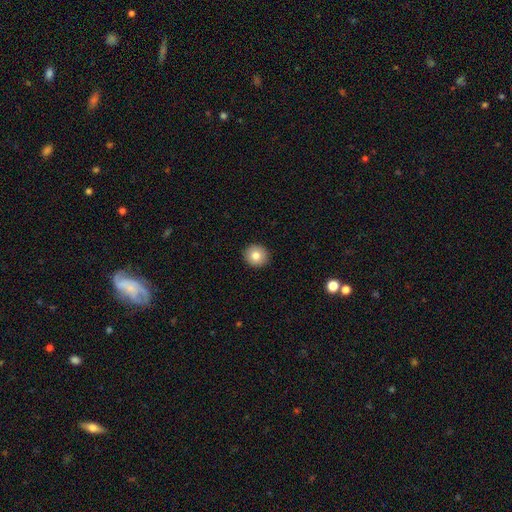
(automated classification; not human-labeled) A smooth galaxy with no disk features (82%) that is round (92%).

Vote fractions:
- Smooth or featured? smooth: 82% / featured or disk: 9% / star or artifact: 9%
- How rounded? round: 92% / in between: 7% / cigar-shaped: 1%
- Merging? none: 93% / minor disturbance: 5% / major disturbance: 1% / merger: 1%